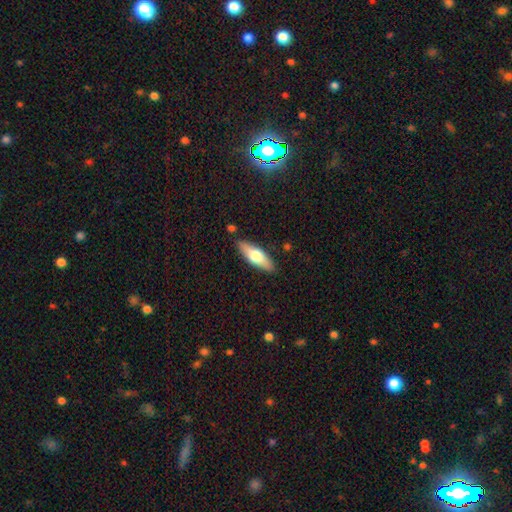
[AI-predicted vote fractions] Smooth or featured?
  - smooth: 59% *
  - featured or disk: 35%
  - star or artifact: 6%
How rounded?
  - in between: 58% *
  - cigar-shaped: 39%
  - round: 2%
Merging?
  - none: 86% *
  - minor disturbance: 10%
  - major disturbance: 2%
  - merger: 2%